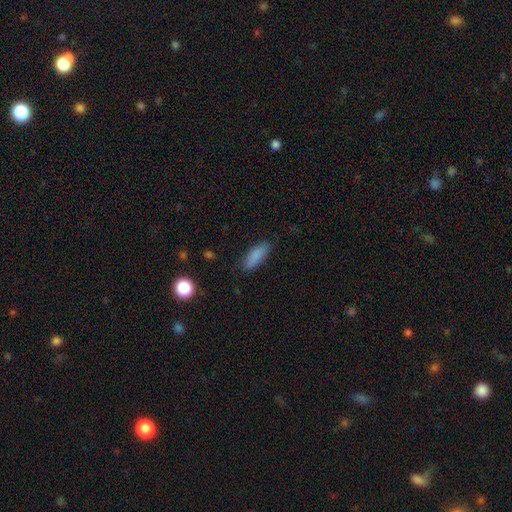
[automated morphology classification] Smooth or featured? smooth (86%)
How rounded? in between (66%)
Merging? none (83%)